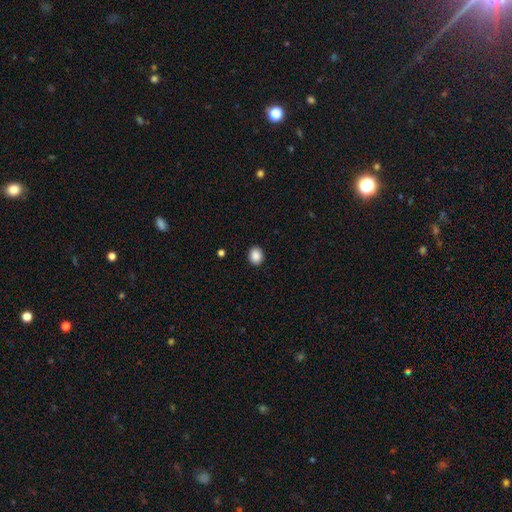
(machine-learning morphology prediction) Smooth or featured: smooth — 89% (star or artifact — 9%)
How rounded: round — 58% (in between — 42%)
Merging: none — 90% (minor disturbance — 7%)